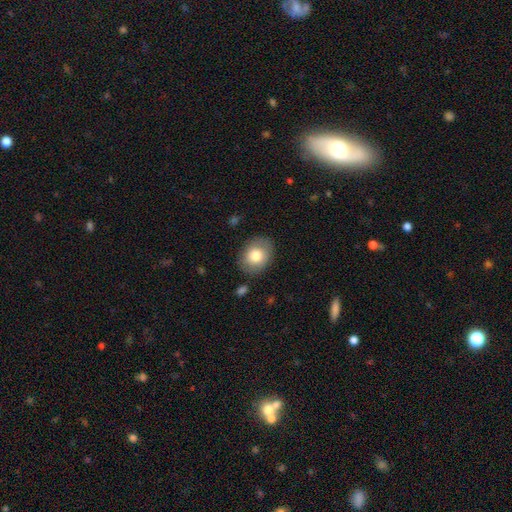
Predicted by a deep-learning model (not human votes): A smooth galaxy with no disk features (78%) that is in between round and cigar-shaped (59%). Merging: none (84%).